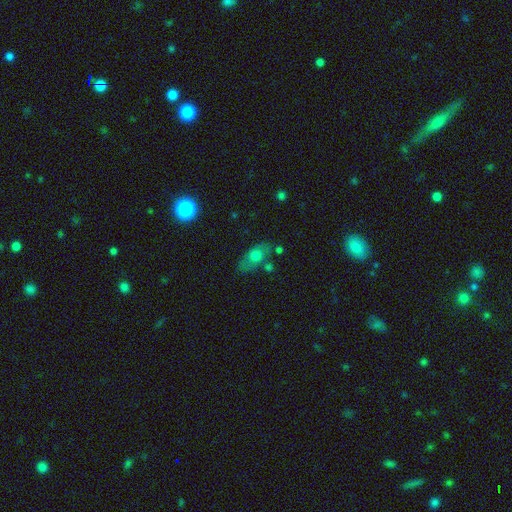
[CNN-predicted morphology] Smooth or featured? Predicted: smooth (p=0.64). How rounded? Predicted: in between (p=0.77). Merging? Predicted: none (p=0.62).